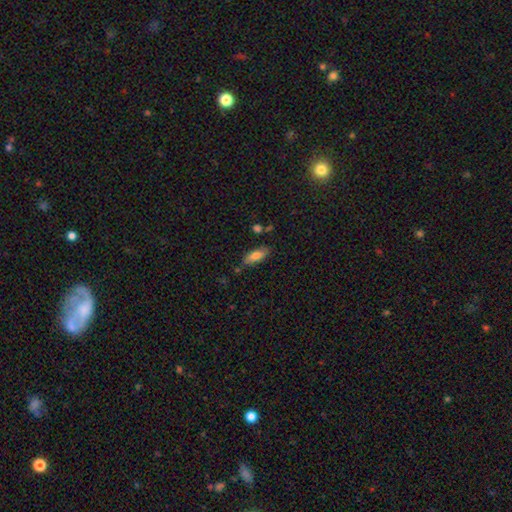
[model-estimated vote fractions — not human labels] Smooth or featured: smooth — 78% (featured or disk — 15%)
How rounded: in between — 72% (cigar-shaped — 26%)
Merging: none — 76% (minor disturbance — 16%)